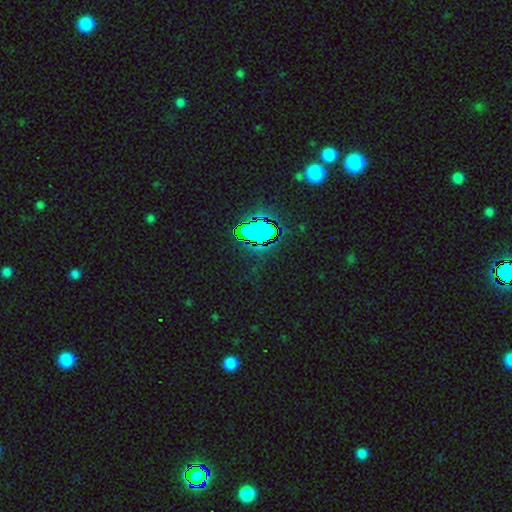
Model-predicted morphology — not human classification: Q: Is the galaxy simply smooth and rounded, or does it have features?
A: star or artifact — 80%.